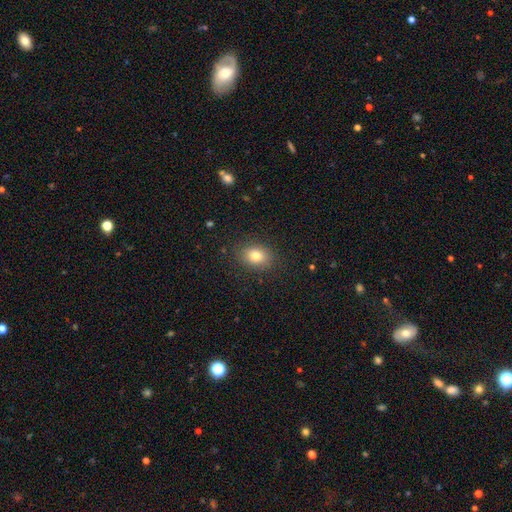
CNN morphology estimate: Smooth or featured? smooth (79%)
How rounded? in between (61%)
Merging? none (87%)